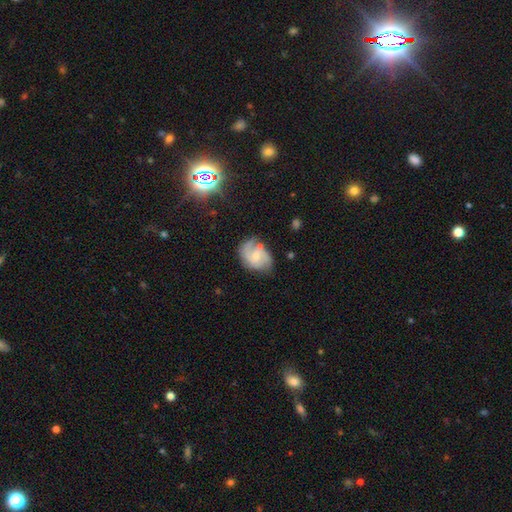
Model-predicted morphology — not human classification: Smooth or featured?
  - featured or disk: 69% *
  - smooth: 23%
  - star or artifact: 7%
Edge-on disk?
  - no: 98% *
  - yes: 2%
Bar?
  - no: 57% *
  - weak: 37%
  - strong: 5%
Spiral arms?
  - yes: 91% *
  - no: 9%
Spiral winding?
  - medium: 47% *
  - tight: 31%
  - loose: 22%
Spiral arm count?
  - 2: 57% *
  - can't tell: 16%
  - 3: 14%
  - 1: 9%
  - 4: 2%
  - more than 4: 2%
Bulge size?
  - small: 52% *
  - moderate: 31%
  - none: 12%
  - large: 3%
  - dominant: 1%
Merging?
  - none: 56% *
  - minor disturbance: 25%
  - major disturbance: 13%
  - merger: 5%